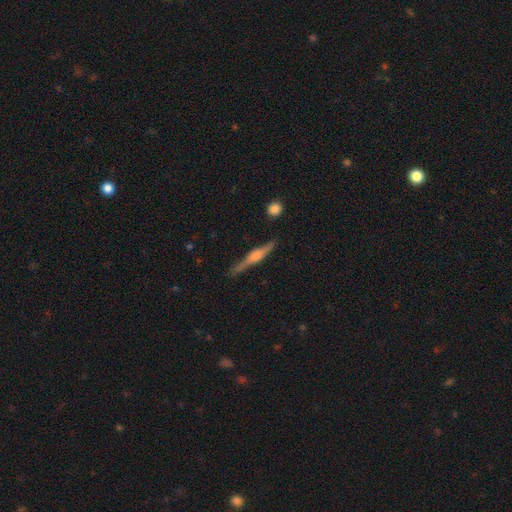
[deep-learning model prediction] Smooth or featured? featured or disk (74%)
Edge-on disk? yes (97%)
Edge-on bulge? rounded (68%)
Merging? none (85%)